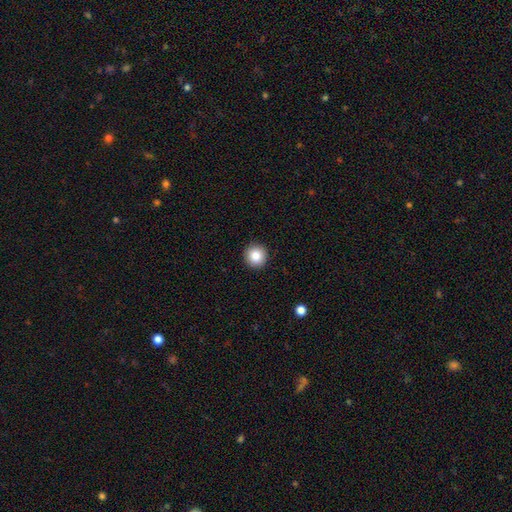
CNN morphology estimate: A smooth galaxy with no disk features (85%) that is round (95%). Merging: none (93%).